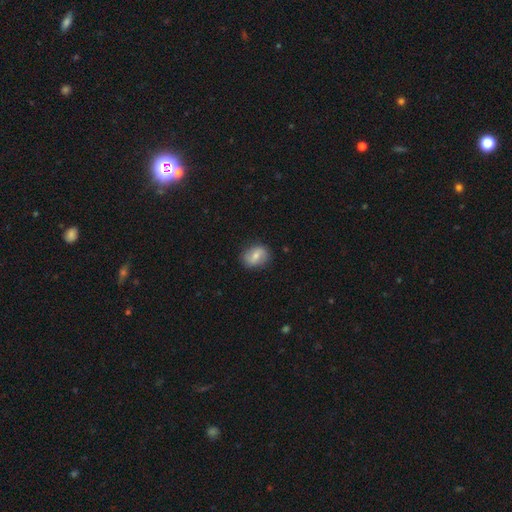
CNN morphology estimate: Smooth or featured? smooth (56%)
How rounded? in between (59%)
Merging? none (83%)